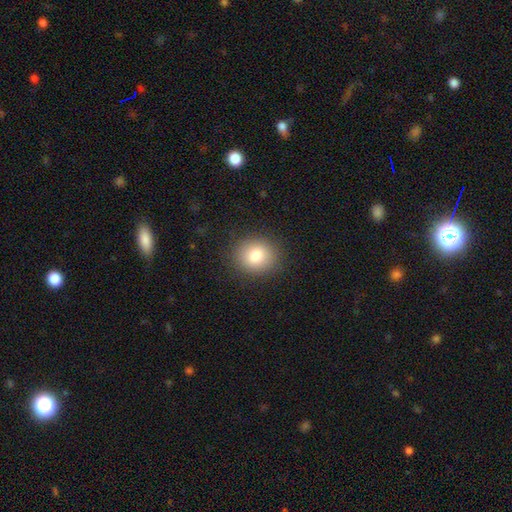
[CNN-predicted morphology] Q: Smooth or featured?
A: smooth (81%); runner-up: star or artifact (10%)
Q: How rounded?
A: round (78%); runner-up: in between (22%)
Q: Merging?
A: none (89%); runner-up: minor disturbance (7%)